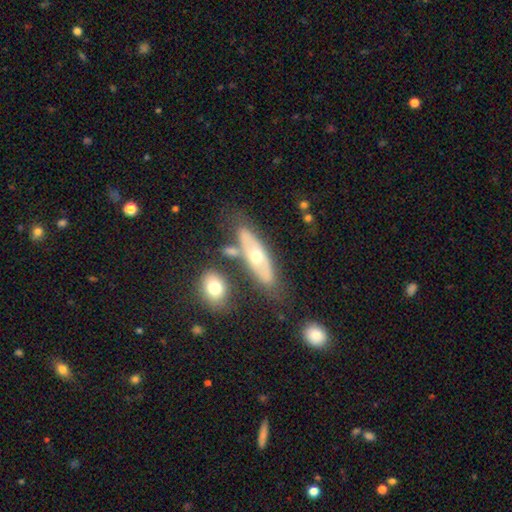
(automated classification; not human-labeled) featured or disk 56%, smooth 37%, star or artifact 7%. Down the decision tree: edge-on disk — no (62%); merging — none (62%).